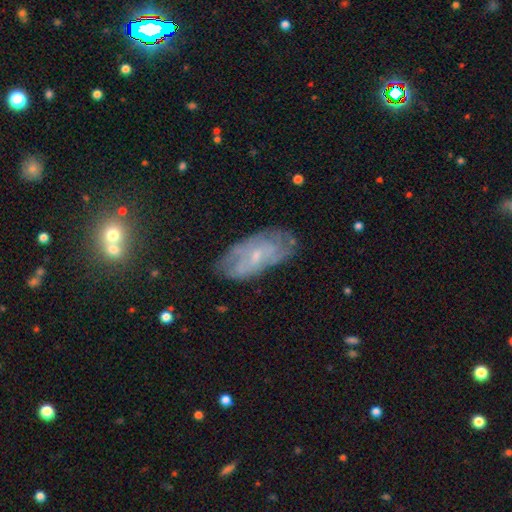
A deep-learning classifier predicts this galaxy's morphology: Smooth or featured? Predicted: featured or disk (p=0.64). Edge-on disk? Predicted: no (p=0.91). Bar? Predicted: no (p=0.60). Spiral arms? Predicted: yes (p=0.64). Bulge size? Predicted: small (p=0.72). Merging? Predicted: none (p=0.68).